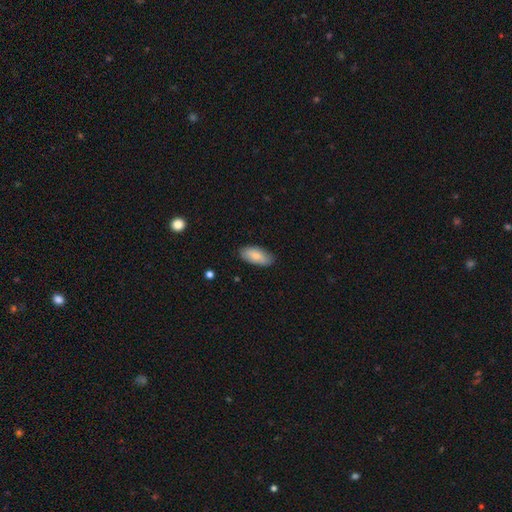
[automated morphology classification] smooth-or-featured: smooth: 82% | featured or disk: 12% | star or artifact: 6%
  how-rounded: in between: 90% | cigar-shaped: 9% | round: 2%
  merging: none: 84% | minor disturbance: 13% | major disturbance: 2% | merger: 1%